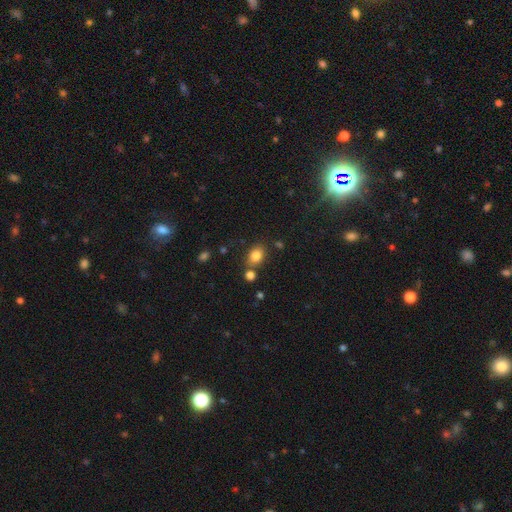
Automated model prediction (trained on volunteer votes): smooth 82%, star or artifact 11%, featured or disk 7%. Down the decision tree: how rounded — in between (68%); merging — none (72%).